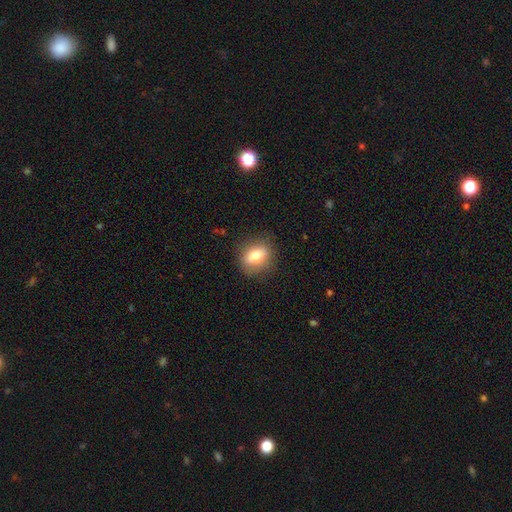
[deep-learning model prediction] smooth-or-featured: smooth: 73% | featured or disk: 19% | star or artifact: 8%
  how-rounded: in between: 59% | round: 36% | cigar-shaped: 5%
  merging: none: 82% | minor disturbance: 13% | major disturbance: 4% | merger: 1%